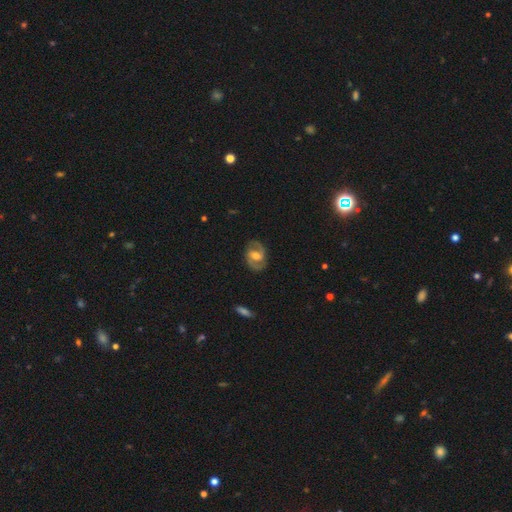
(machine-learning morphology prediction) This is likely a featured or disk galaxy (80%). It is clearly not viewed edge-on (97%). Bar: possibly weak (49%). Spiral arm pattern: clearly yes (90%). Spiral arm count: clearly 2 (91%). Spiral winding: possibly medium (54%). Central bulge: likely moderate (68%). Merging: clearly none (83%).